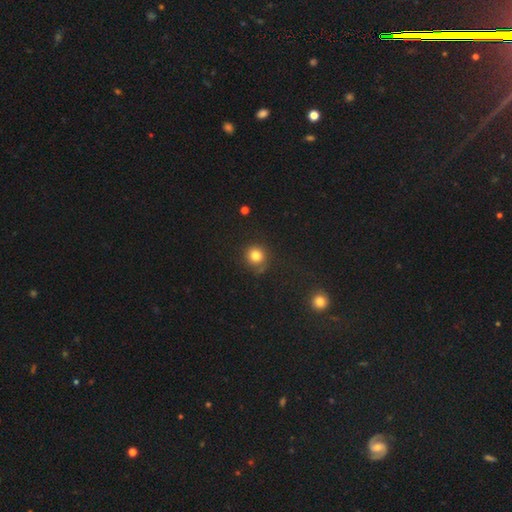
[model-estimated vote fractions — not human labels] Overall: smooth (80%). How rounded: round (92%). Merging: none (78%).